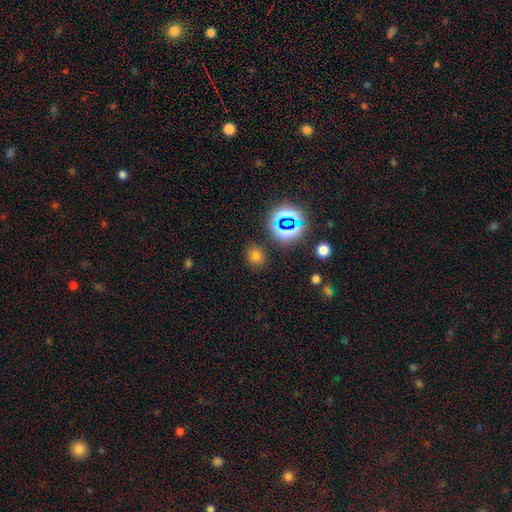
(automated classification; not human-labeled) A smooth galaxy with no disk features (67%) that is round (65%). Merging: none (84%).